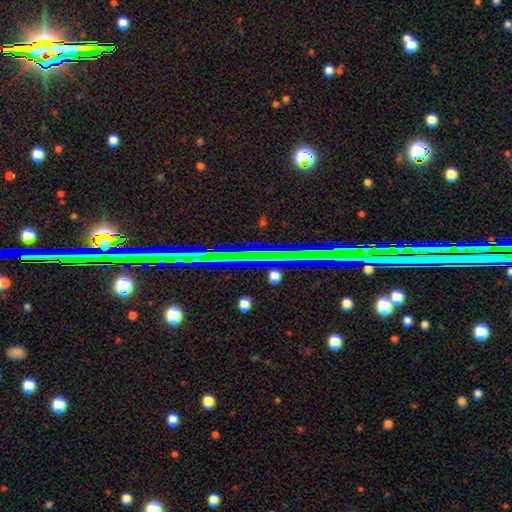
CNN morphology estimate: A star or artifact, not a galaxy (68%).

Vote fractions:
- Smooth or featured? star or artifact: 68% / featured or disk: 20% / smooth: 12%